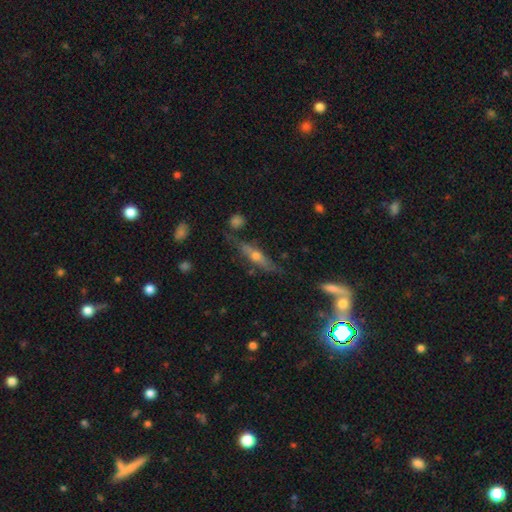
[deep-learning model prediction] featured or disk 67%, smooth 24%, star or artifact 10%. Down the decision tree: edge-on disk — yes (90%); edge-on bulge — rounded (90%); merging — none (73%).